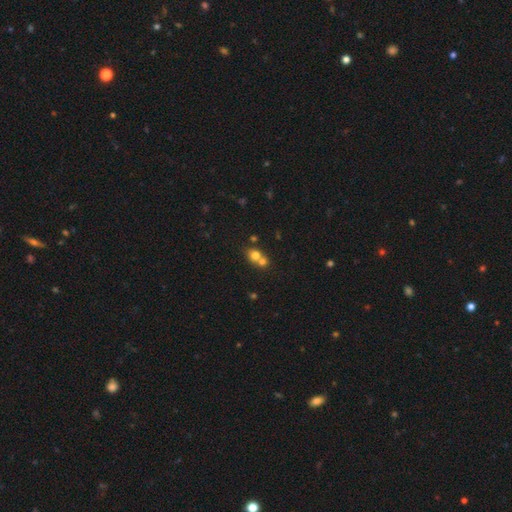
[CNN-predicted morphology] A smooth galaxy with no disk features (73%) that is round (75%). Merging: merger (59%).